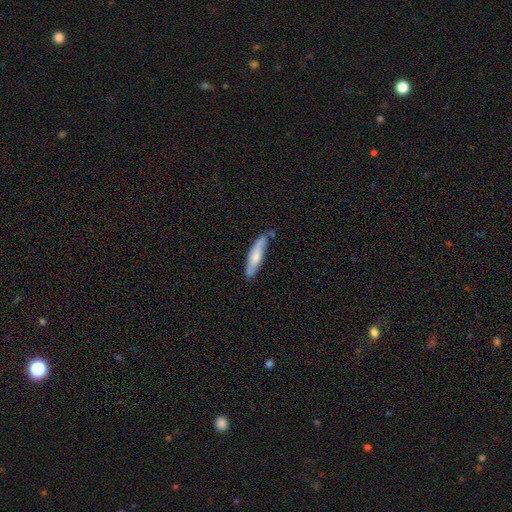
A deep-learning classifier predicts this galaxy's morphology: The model was most divided on "merging": none: 58%, minor disturbance: 29%, major disturbance: 7%, merger: 6%. More confident: how rounded — cigar-shaped (76%); smooth or featured — smooth (65%).